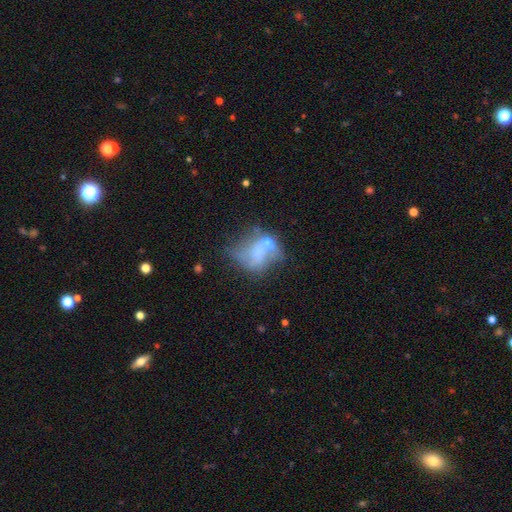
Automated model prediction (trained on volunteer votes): Smooth or featured?
  - featured or disk: 45% *
  - smooth: 44%
  - star or artifact: 11%
Merging?
  - merger: 36% *
  - major disturbance: 25%
  - none: 23%
  - minor disturbance: 17%